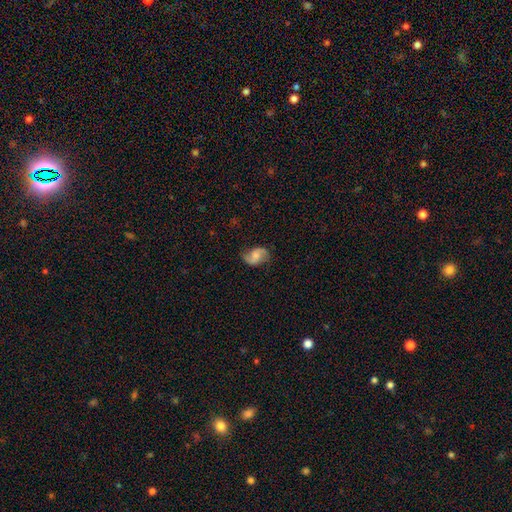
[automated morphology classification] The model was most divided on "bulge size": moderate: 40%, small: 30%, none: 19%, large: 9%, dominant: 2%. More confident: edge-on disk — no (97%); spiral arms — yes (93%); spiral arm count — 2 (90%); merging — none (74%); smooth or featured — featured or disk (64%); bar — no (52%); spiral winding — loose (51%).